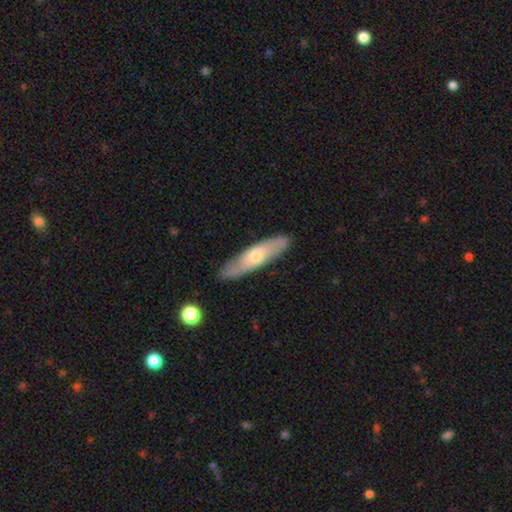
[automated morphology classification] Smooth or featured? Predicted: featured or disk (p=0.49). Merging? Predicted: none (p=0.84).